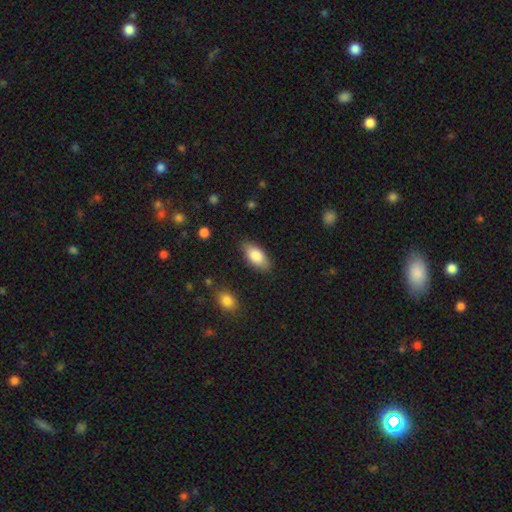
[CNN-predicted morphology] Smooth or featured? Predicted: smooth (p=0.83). How rounded? Predicted: in between (p=0.89). Merging? Predicted: none (p=0.84).